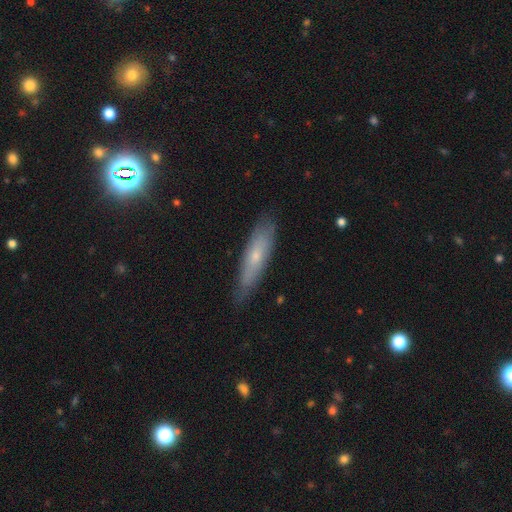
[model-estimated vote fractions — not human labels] smooth_or_featured: smooth (p=0.53) [alt: featured or disk p=0.39]
how_rounded: cigar-shaped (p=0.72) [alt: in between p=0.26]
merging: none (p=0.79) [alt: minor disturbance p=0.17]